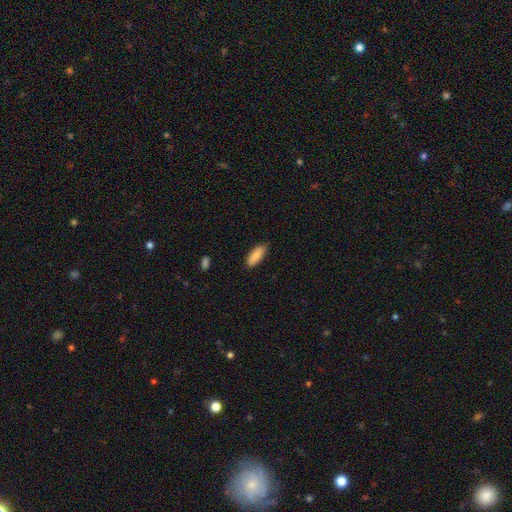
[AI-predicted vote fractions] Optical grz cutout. It shows a smooth galaxy with no disk features (88%) that is in between round and cigar-shaped (74%). Merging: none (80%).